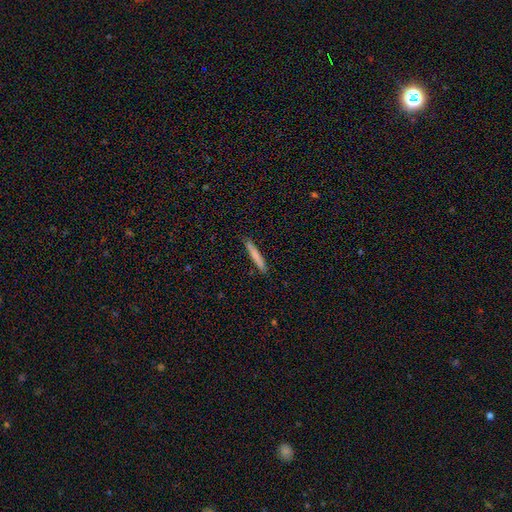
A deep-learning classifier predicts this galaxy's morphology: Smooth or featured? Predicted: smooth (p=0.76). How rounded? Predicted: cigar-shaped (p=0.95). Merging? Predicted: none (p=0.89).